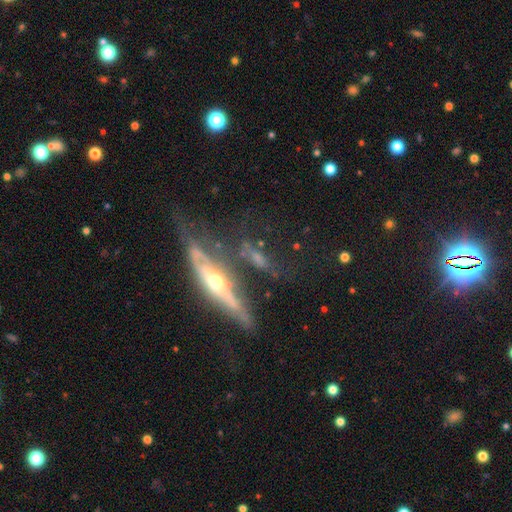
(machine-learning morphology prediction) Q: Smooth or featured?
A: featured or disk (67%); runner-up: smooth (21%)
Q: Edge-on disk?
A: yes (66%); runner-up: no (34%)
Q: Merging?
A: none (47%); runner-up: minor disturbance (22%)